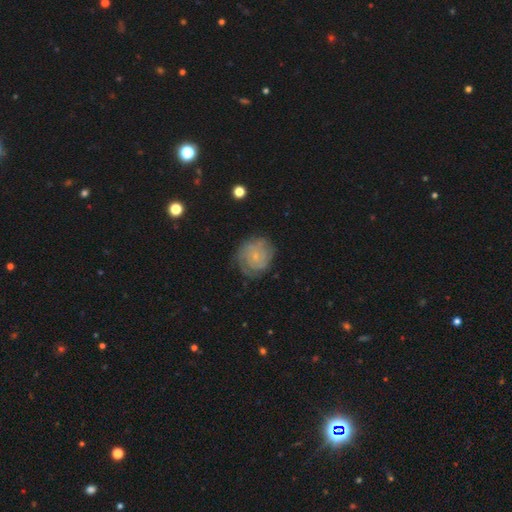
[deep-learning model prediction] Smooth or featured? Predicted: featured or disk (p=0.69). Edge-on disk? Predicted: no (p=0.98). Bar? Predicted: no (p=0.75). Spiral arms? Predicted: yes (p=0.91). Spiral winding? Predicted: tight (p=0.69). Spiral arm count? Predicted: can't tell (p=0.42). Bulge size? Predicted: small (p=0.80). Merging? Predicted: none (p=0.74).